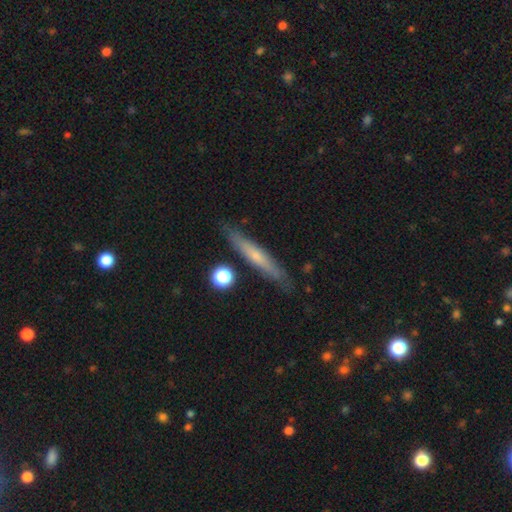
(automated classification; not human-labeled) Q: Smooth or featured?
A: smooth (47%); runner-up: featured or disk (46%)
Q: Merging?
A: none (82%); runner-up: minor disturbance (12%)